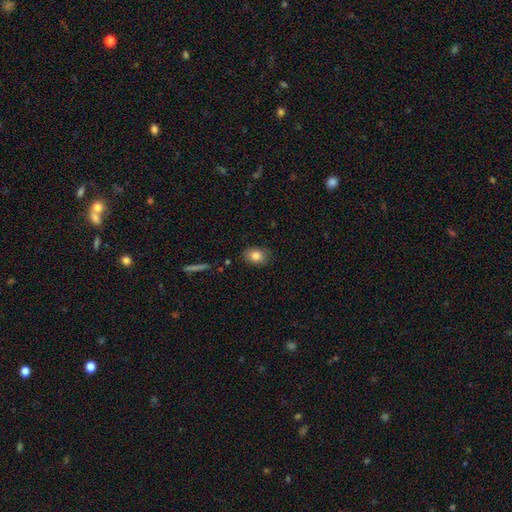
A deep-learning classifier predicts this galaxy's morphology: smooth 83%, star or artifact 9%, featured or disk 9%. Down the decision tree: how rounded — in between (67%); merging — none (83%).